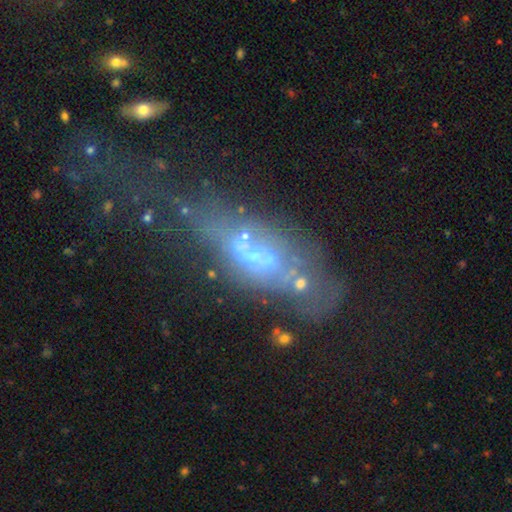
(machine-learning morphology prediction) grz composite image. It shows a featured or disk galaxy (56%). Merging: major disturbance (38%).